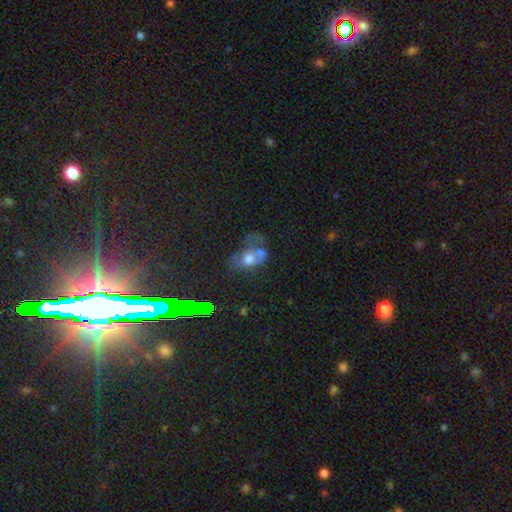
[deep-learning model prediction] This appears to be a smooth galaxy with no disk features (53%) that is in between round and cigar-shaped (61%). Merging: merger (47%).